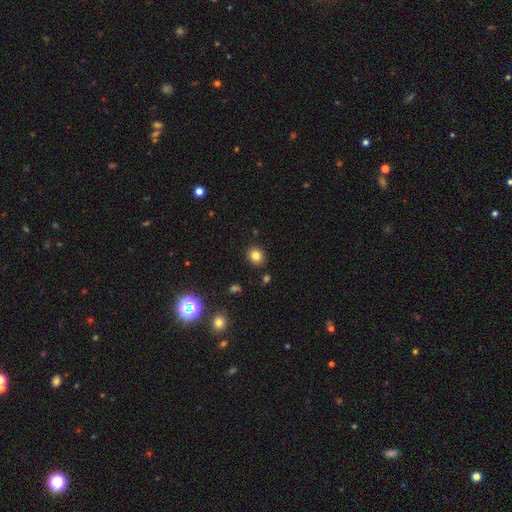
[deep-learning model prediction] Overall: smooth (82%). How rounded: round (61%; in between 38%). Merging: none (88%).